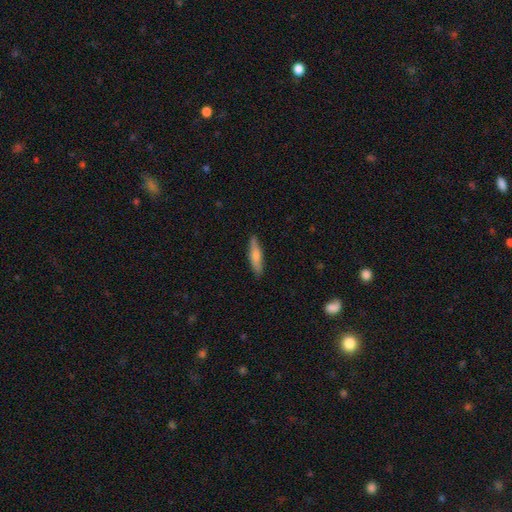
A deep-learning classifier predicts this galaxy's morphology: Smooth or featured? smooth (67%)
How rounded? cigar-shaped (77%)
Merging? none (86%)